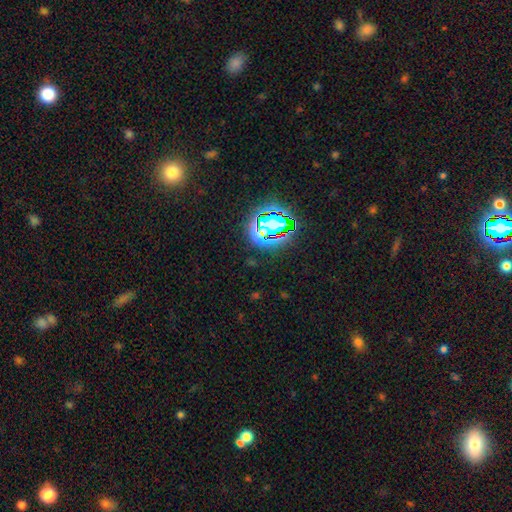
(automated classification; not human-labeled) The model was most divided on "smooth or featured": star or artifact: 78%, smooth: 14%, featured or disk: 8%.